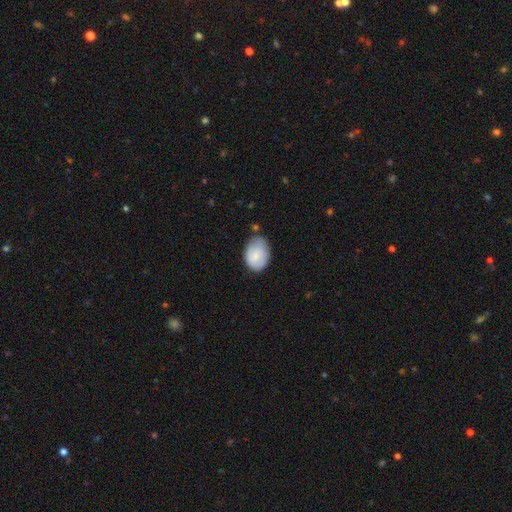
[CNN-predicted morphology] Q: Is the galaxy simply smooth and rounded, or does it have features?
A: smooth — 79%.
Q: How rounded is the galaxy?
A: in between — 79%.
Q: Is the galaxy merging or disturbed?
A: none — 59%.